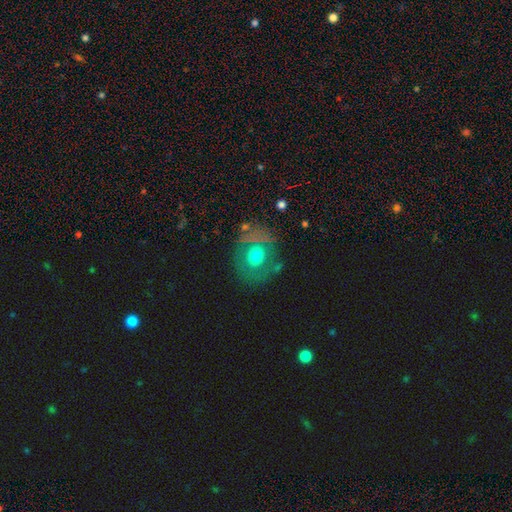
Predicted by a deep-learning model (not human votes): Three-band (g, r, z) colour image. It shows a smooth galaxy with no disk features (53%) that is round (76%). Merging: none (70%).